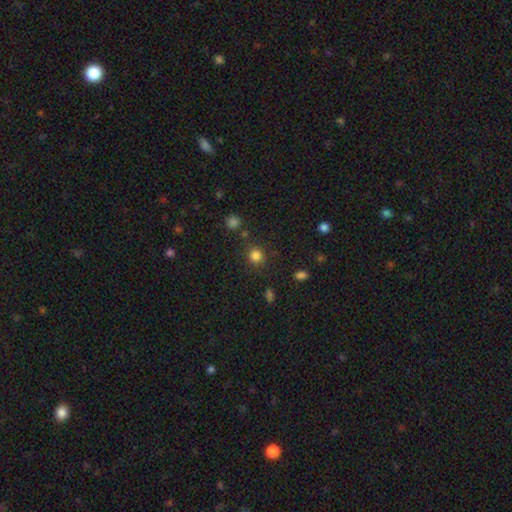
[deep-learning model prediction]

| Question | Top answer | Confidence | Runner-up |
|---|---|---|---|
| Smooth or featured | smooth | 82% | star or artifact (14%) |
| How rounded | round | 91% | in between (8%) |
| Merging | none | 84% | minor disturbance (8%) |